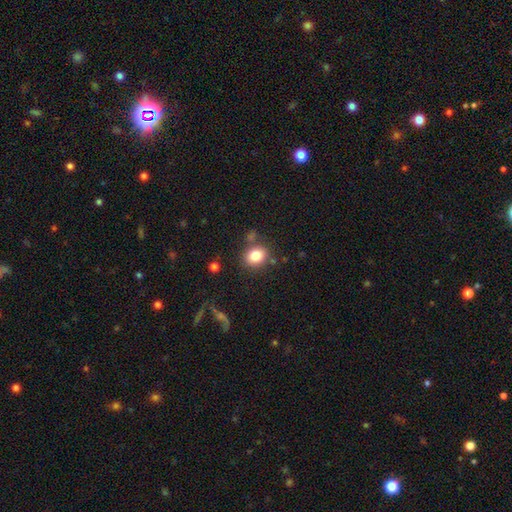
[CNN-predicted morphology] A smooth galaxy with no disk features (82%) that is round (55%). Merging: none (76%).